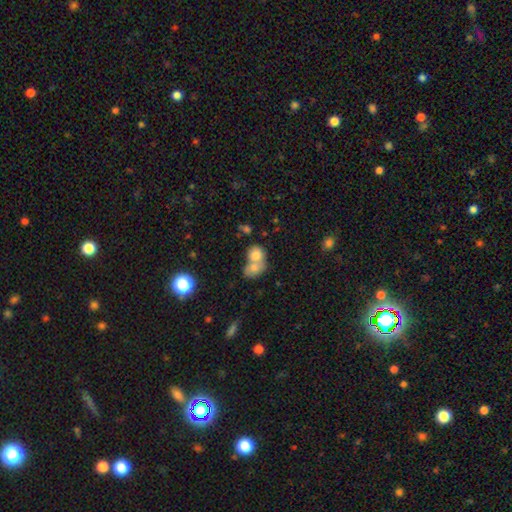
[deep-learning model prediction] The model was most divided on "how rounded": round: 53%, in between: 46%, cigar-shaped: 1%. More confident: smooth or featured — smooth (75%); merging — merger (70%).